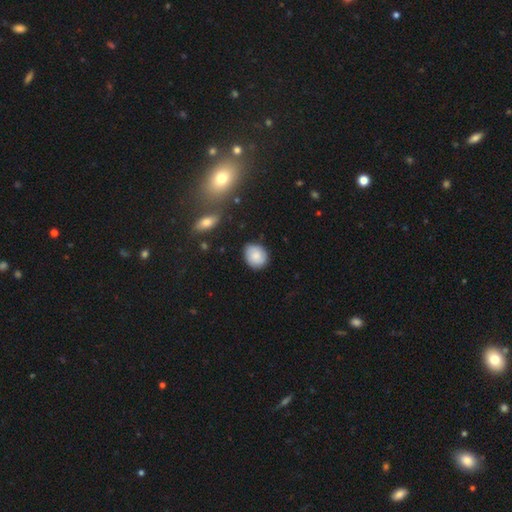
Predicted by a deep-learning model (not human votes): Smooth or featured? Predicted: smooth (p=0.78). How rounded? Predicted: round (p=0.55). Merging? Predicted: none (p=0.82).